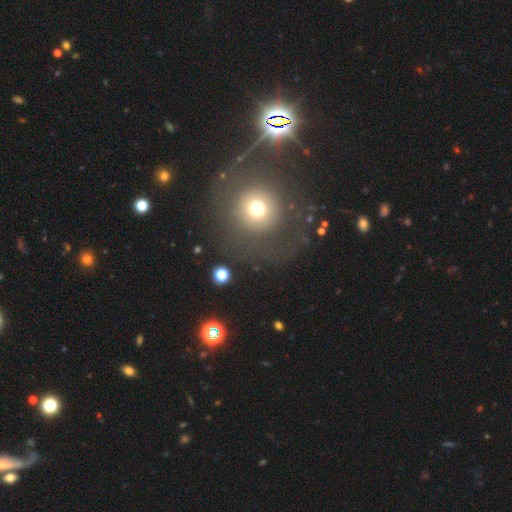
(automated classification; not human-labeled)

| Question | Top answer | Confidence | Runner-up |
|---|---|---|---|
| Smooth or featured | featured or disk | 39% | smooth (37%) |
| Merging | none | 71% | minor disturbance (12%) |